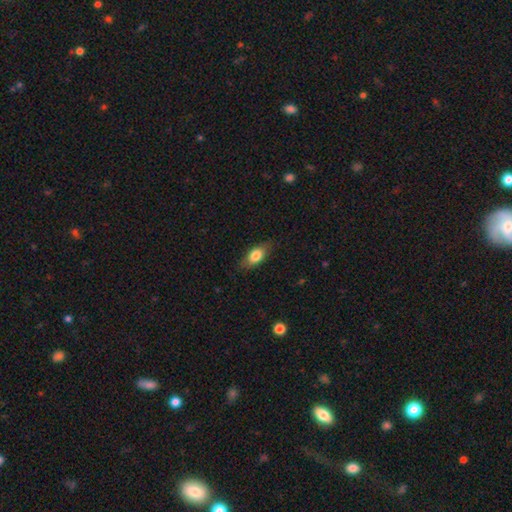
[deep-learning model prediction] smooth 78%, featured or disk 15%, star or artifact 7%. Down the decision tree: how rounded — in between (83%); merging — none (81%).